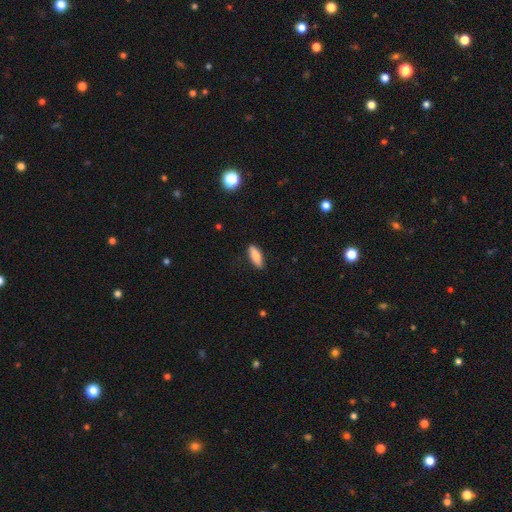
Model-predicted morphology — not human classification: Q: Smooth or featured?
A: smooth (81%); runner-up: featured or disk (12%)
Q: How rounded?
A: in between (58%); runner-up: cigar-shaped (40%)
Q: Merging?
A: none (85%); runner-up: minor disturbance (11%)